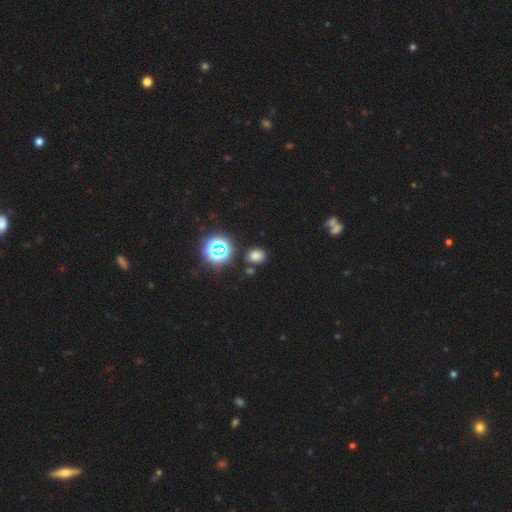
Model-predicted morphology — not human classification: Smooth or featured? Predicted: smooth (p=0.69). How rounded? Predicted: round (p=0.56). Merging? Predicted: none (p=0.82).